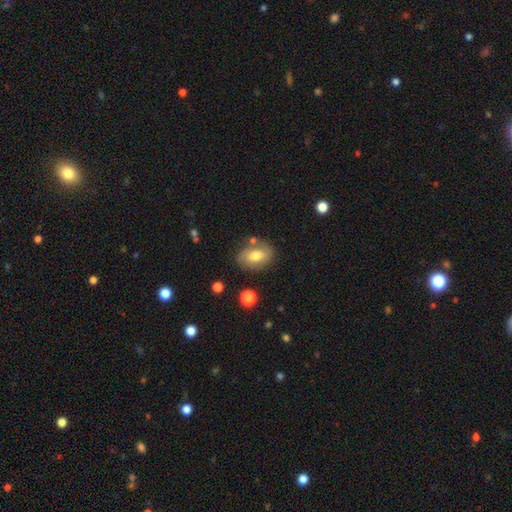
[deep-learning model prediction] A smooth galaxy with no disk features (67%) that is in between round and cigar-shaped (79%).

Vote fractions:
- Smooth or featured? smooth: 67% / featured or disk: 25% / star or artifact: 8%
- How rounded? in between: 79% / round: 20% / cigar-shaped: 2%
- Merging? none: 72% / minor disturbance: 17% / merger: 7% / major disturbance: 5%